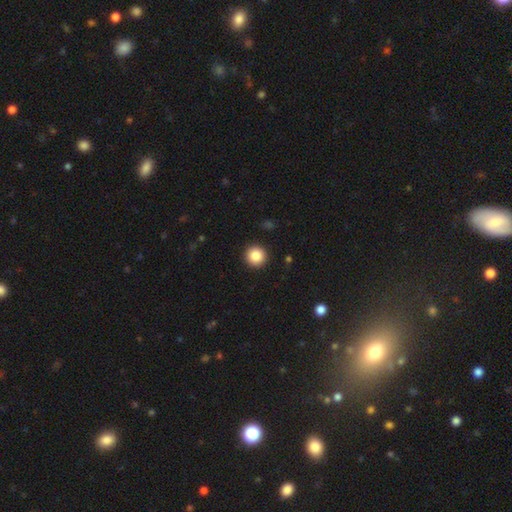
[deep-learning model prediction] This appears to be a smooth galaxy with no disk features (87%) that is round (96%). Merging: none (93%).